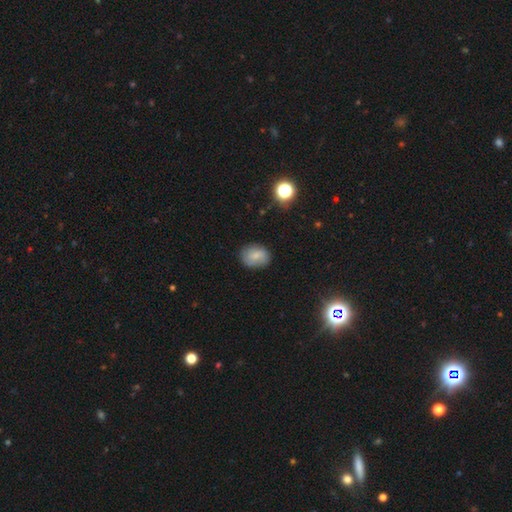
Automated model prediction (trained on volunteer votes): The model was most divided on "how rounded": in between: 58%, round: 41%, cigar-shaped: 1%. More confident: merging — none (80%); smooth or featured — smooth (77%).